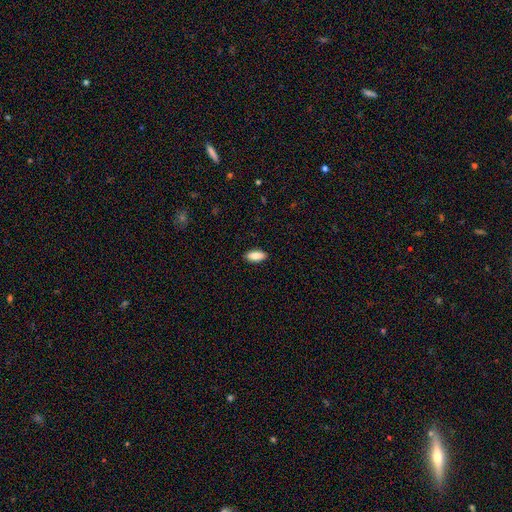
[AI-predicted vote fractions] Q: Smooth or featured?
A: smooth (87%); runner-up: featured or disk (7%)
Q: How rounded?
A: in between (87%); runner-up: cigar-shaped (10%)
Q: Merging?
A: none (89%); runner-up: minor disturbance (8%)